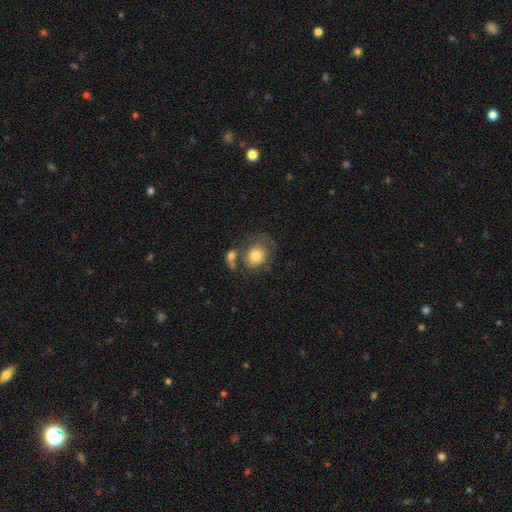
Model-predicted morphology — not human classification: Smooth or featured: smooth — 73% (featured or disk — 19%)
How rounded: round — 59% (in between — 40%)
Merging: none — 42% (merger — 25%)